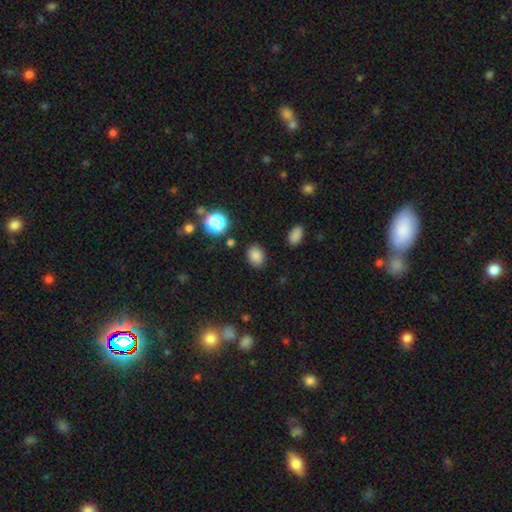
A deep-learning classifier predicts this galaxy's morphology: smooth_or_featured: smooth (p=0.82) [alt: star or artifact p=0.13]
how_rounded: in between (p=0.66) [alt: round p=0.33]
merging: none (p=0.84) [alt: minor disturbance p=0.10]